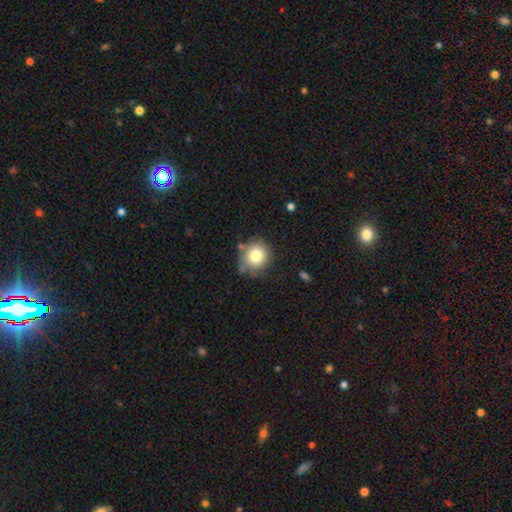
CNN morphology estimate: A smooth galaxy with no disk features (78%) that is round (89%). Merging: none (74%).